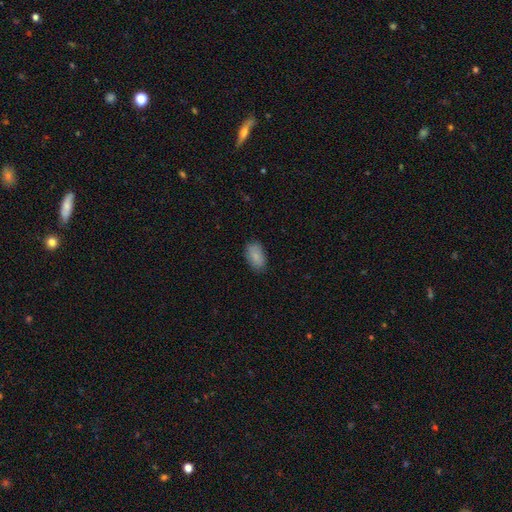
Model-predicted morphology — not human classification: Smooth or featured? smooth (86%)
How rounded? in between (92%)
Merging? none (83%)